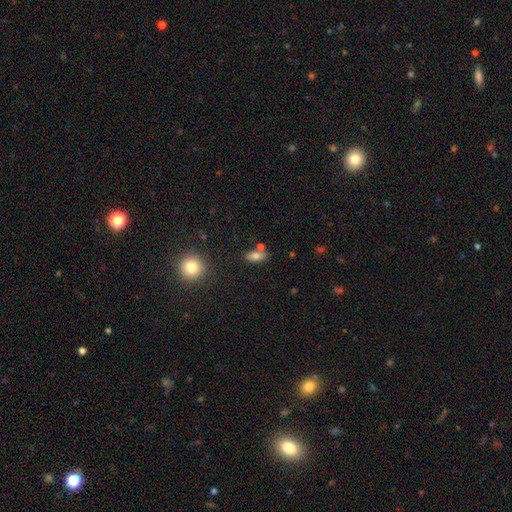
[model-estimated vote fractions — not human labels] smooth-or-featured: smooth: 78% | featured or disk: 12% | star or artifact: 11%
  how-rounded: in between: 85% | cigar-shaped: 8% | round: 7%
  merging: none: 64% | merger: 19% | minor disturbance: 13% | major disturbance: 4%